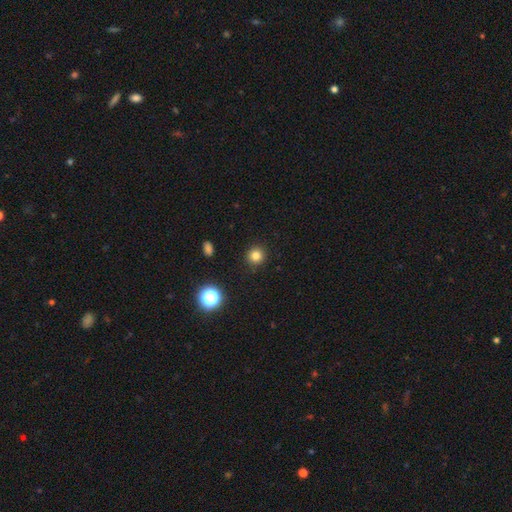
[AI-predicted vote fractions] Smooth or featured?
  - smooth: 80% *
  - star or artifact: 14%
  - featured or disk: 5%
How rounded?
  - round: 95% *
  - in between: 4%
  - cigar-shaped: 1%
Merging?
  - none: 92% *
  - minor disturbance: 5%
  - major disturbance: 2%
  - merger: 1%